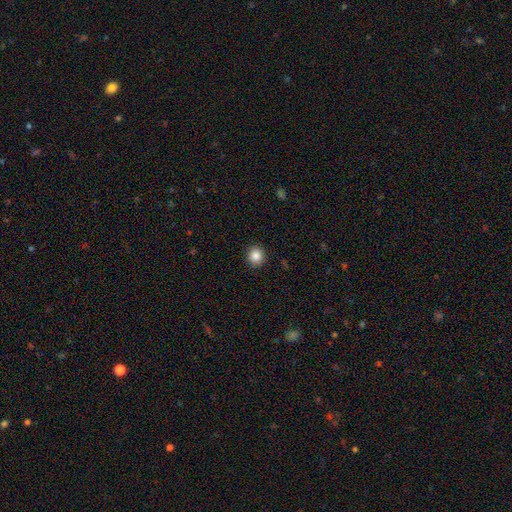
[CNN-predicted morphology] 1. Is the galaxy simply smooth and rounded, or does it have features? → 86% smooth, 10% star or artifact, 4% featured or disk.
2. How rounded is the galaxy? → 90% round, 9% in between, 1% cigar-shaped.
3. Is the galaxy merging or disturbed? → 92% none, 6% minor disturbance, 2% major disturbance, 1% merger.